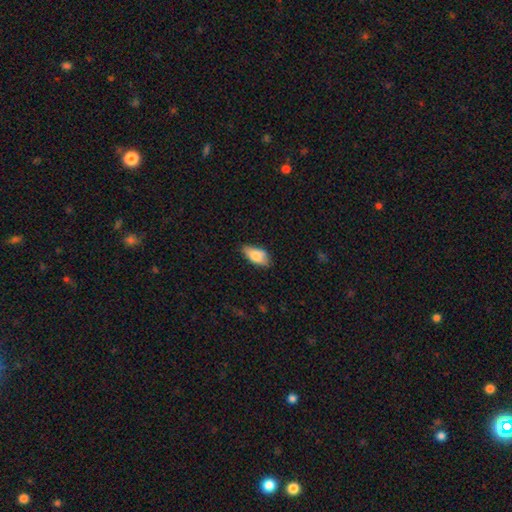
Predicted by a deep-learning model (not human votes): Smooth or featured? smooth (79%)
How rounded? in between (90%)
Merging? none (67%)